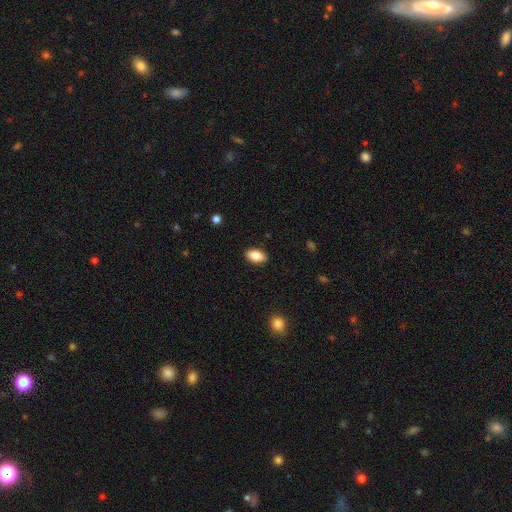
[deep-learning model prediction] Smooth or featured? Predicted: smooth (p=0.86). How rounded? Predicted: in between (p=0.92). Merging? Predicted: none (p=0.89).